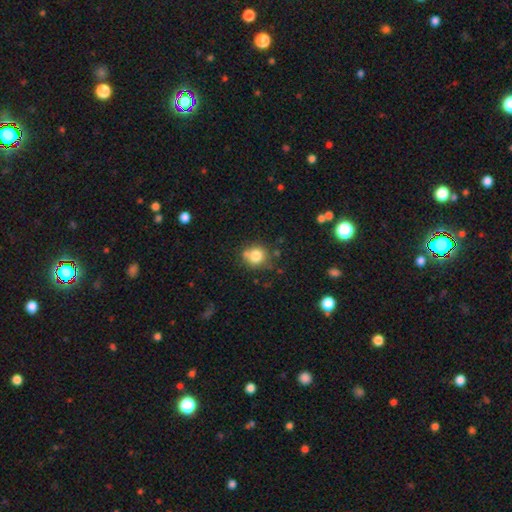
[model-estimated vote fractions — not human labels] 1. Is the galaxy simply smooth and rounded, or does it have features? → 79% smooth, 11% star or artifact, 10% featured or disk.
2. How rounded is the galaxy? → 84% round, 15% in between, 1% cigar-shaped.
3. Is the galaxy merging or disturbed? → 66% none, 15% minor disturbance, 14% merger, 5% major disturbance.